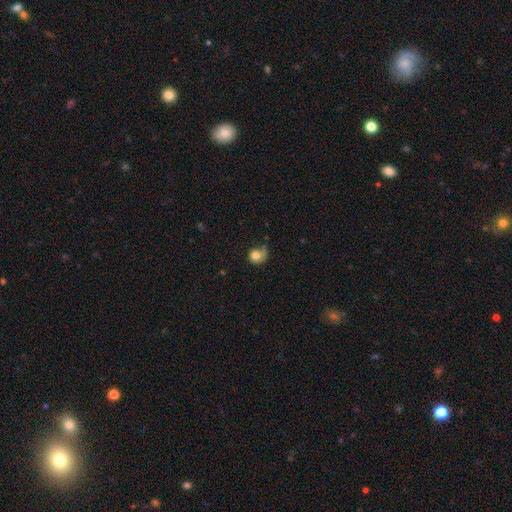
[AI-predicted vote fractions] This is likely a smooth galaxy (75%). How rounded: likely round (78%). Merging: marginally none (42%).